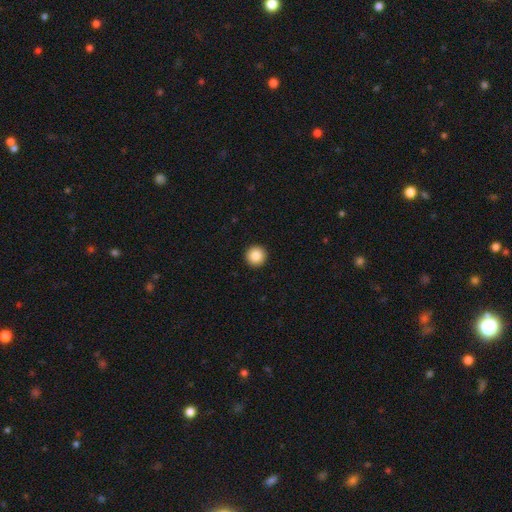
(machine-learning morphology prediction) smooth_or_featured: smooth (p=0.86) [alt: star or artifact p=0.09]
how_rounded: round (p=0.96) [alt: in between p=0.03]
merging: none (p=0.94) [alt: minor disturbance p=0.04]